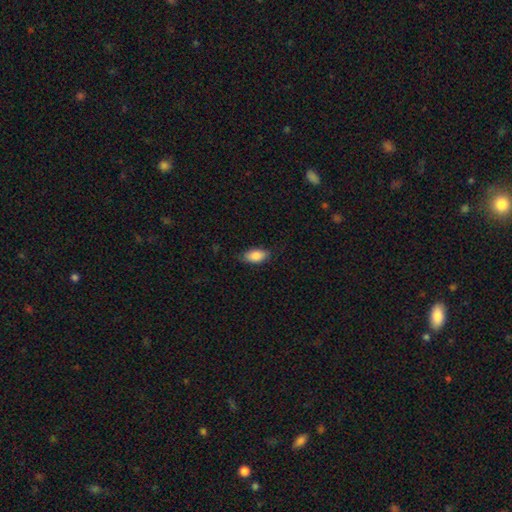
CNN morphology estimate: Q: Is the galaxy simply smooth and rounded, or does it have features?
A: smooth — 88%.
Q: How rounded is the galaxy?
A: in between — 92%.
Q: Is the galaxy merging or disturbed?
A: none — 81%.